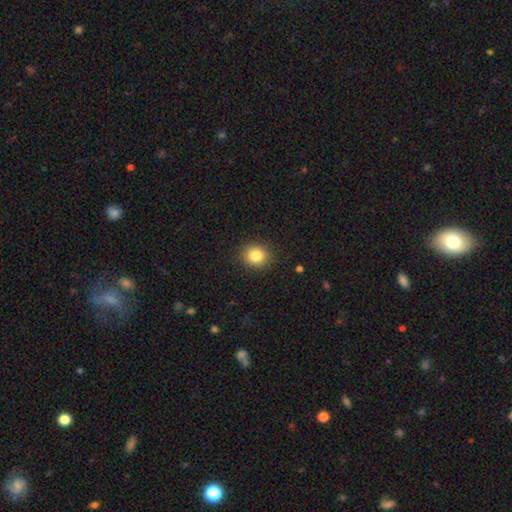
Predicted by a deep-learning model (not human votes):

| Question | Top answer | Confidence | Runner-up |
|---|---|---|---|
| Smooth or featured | smooth | 84% | star or artifact (10%) |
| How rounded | round | 78% | in between (21%) |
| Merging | none | 89% | minor disturbance (7%) |